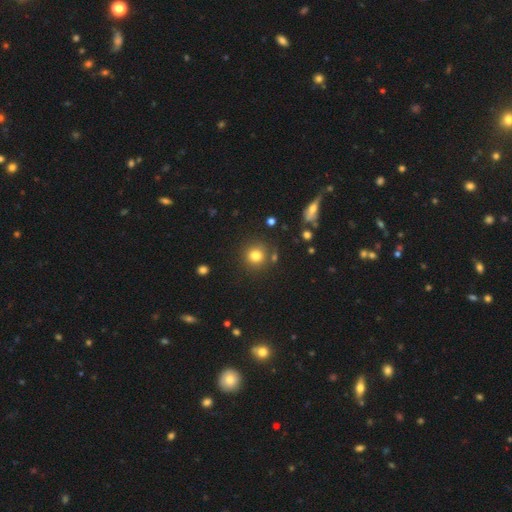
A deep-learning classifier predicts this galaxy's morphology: Q: Smooth or featured?
A: smooth (80%); runner-up: star or artifact (13%)
Q: How rounded?
A: round (90%); runner-up: in between (10%)
Q: Merging?
A: none (82%); runner-up: minor disturbance (9%)